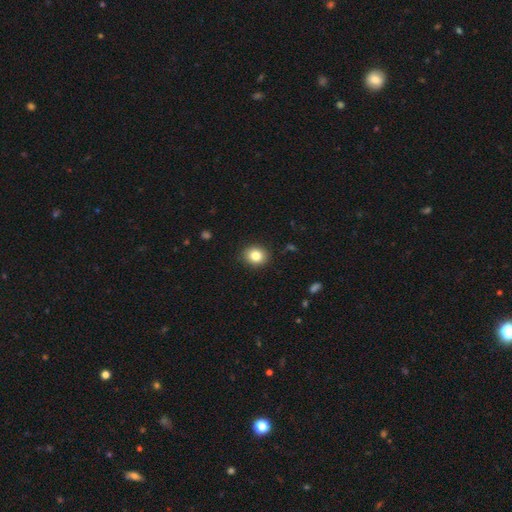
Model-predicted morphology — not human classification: This appears to be a smooth galaxy with no disk features (83%) that is round (66%). Merging: none (90%).